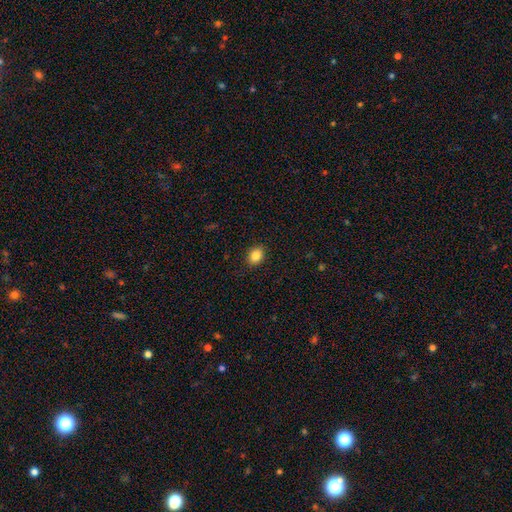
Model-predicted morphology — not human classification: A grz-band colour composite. It shows a smooth galaxy with no disk features (85%) that is in between round and cigar-shaped (55%). Merging: none (88%).